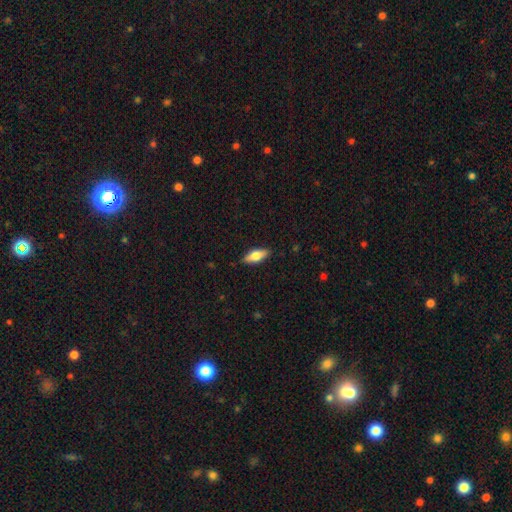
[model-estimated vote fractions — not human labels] Smooth or featured?
  - smooth: 65% *
  - featured or disk: 29%
  - star or artifact: 6%
How rounded?
  - in between: 73% *
  - cigar-shaped: 24%
  - round: 3%
Merging?
  - none: 87% *
  - minor disturbance: 10%
  - major disturbance: 2%
  - merger: 1%